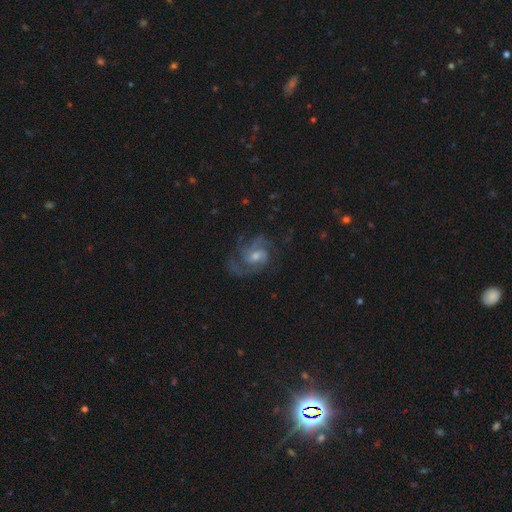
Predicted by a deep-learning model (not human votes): Smooth or featured? Predicted: featured or disk (p=0.83). Edge-on disk? Predicted: no (p=0.98). Bar? Predicted: no (p=0.53). Spiral arms? Predicted: yes (p=0.95). Spiral winding? Predicted: medium (p=0.52). Spiral arm count? Predicted: 3 (p=0.36). Bulge size? Predicted: moderate (p=0.51). Merging? Predicted: none (p=0.62).